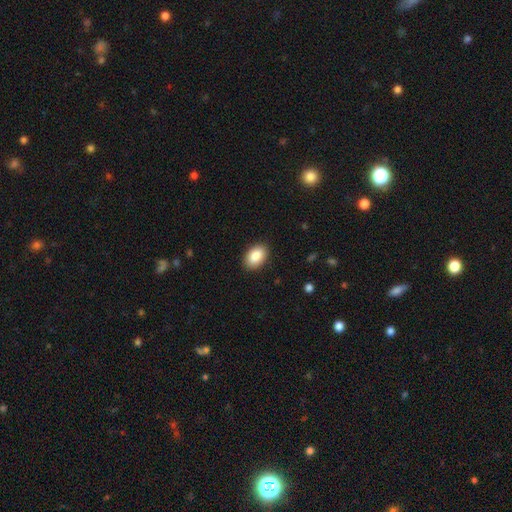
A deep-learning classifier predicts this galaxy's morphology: Overall: smooth (88%). How rounded: in between (89%). Merging: none (89%).